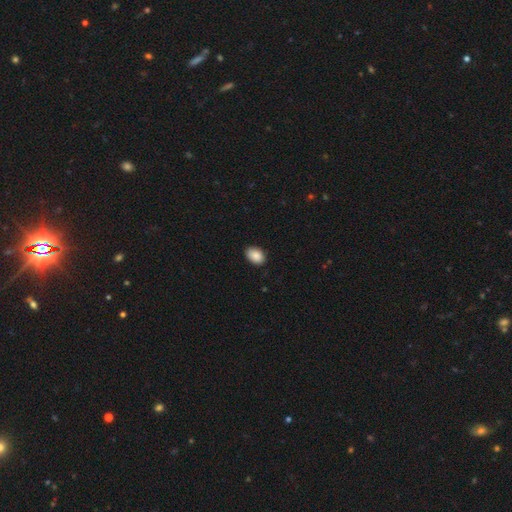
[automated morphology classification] A smooth galaxy with no disk features (89%) that is in between round and cigar-shaped (83%). Merging: none (87%).